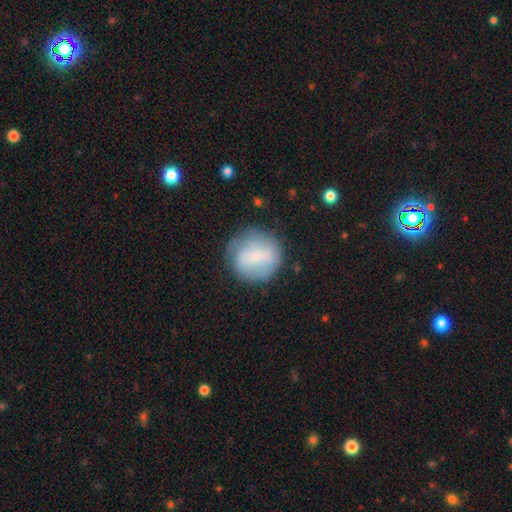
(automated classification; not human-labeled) A smooth galaxy with no disk features (63%) that is round (88%). Merging: none (73%).